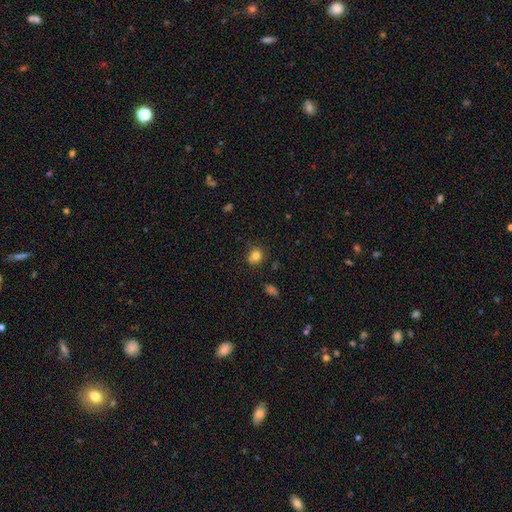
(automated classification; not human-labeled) Smooth or featured: smooth — 80% (star or artifact — 12%)
How rounded: round — 79% (in between — 20%)
Merging: none — 75% (minor disturbance — 16%)